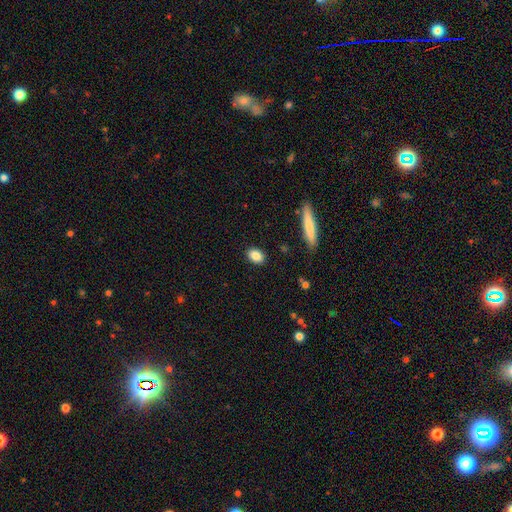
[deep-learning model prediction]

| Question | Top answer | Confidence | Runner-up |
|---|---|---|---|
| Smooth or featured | smooth | 85% | star or artifact (8%) |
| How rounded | in between | 80% | round (17%) |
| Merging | none | 89% | minor disturbance (8%) |